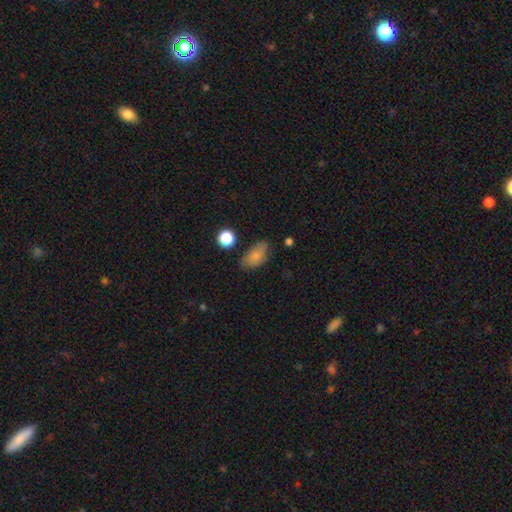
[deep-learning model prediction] Morphology: type=smooth (79%); roundness=in between (89%); merging=none (68%).